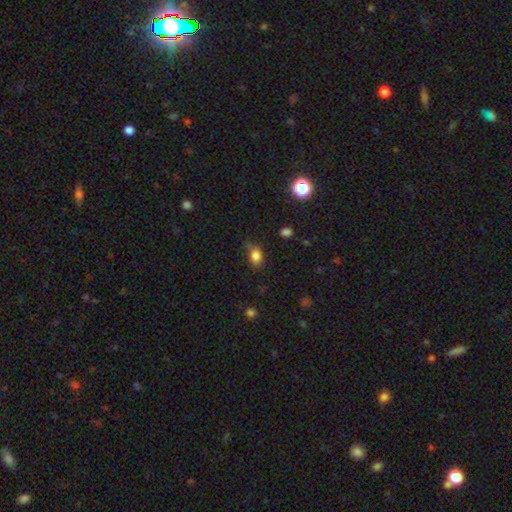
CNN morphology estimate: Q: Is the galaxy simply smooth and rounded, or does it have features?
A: smooth — 83%.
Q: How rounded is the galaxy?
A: in between — 72%.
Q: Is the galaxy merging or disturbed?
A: none — 68%.